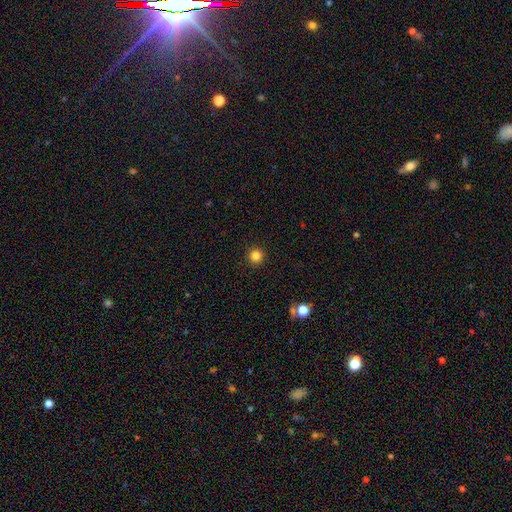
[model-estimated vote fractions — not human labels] Overall: smooth (83%). How rounded: round (95%). Merging: none (93%).